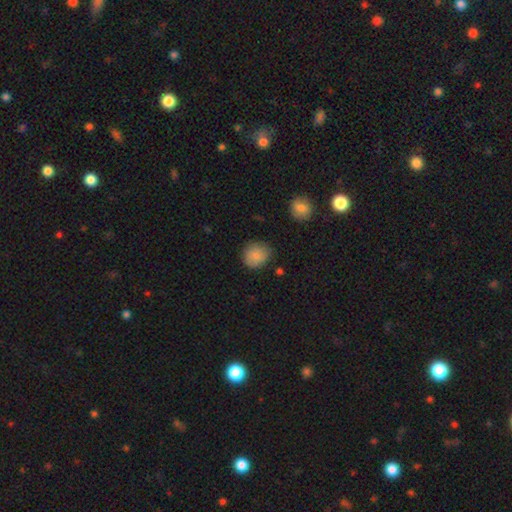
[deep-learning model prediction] Smooth or featured: smooth — 86% (star or artifact — 8%)
How rounded: round — 84% (in between — 15%)
Merging: none — 78% (minor disturbance — 16%)